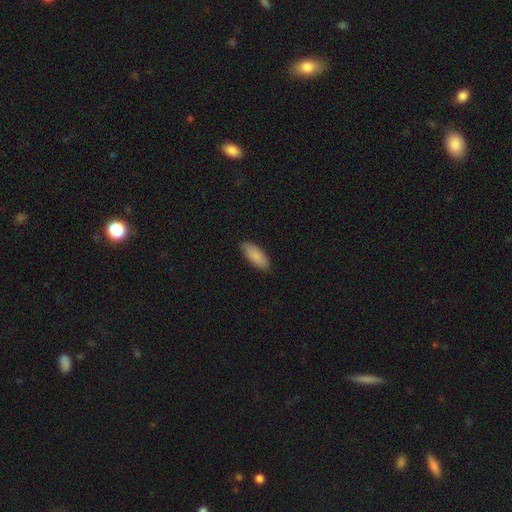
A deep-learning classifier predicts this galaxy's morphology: A smooth galaxy with no disk features (88%) that is in between round and cigar-shaped (77%).

Vote fractions:
- Smooth or featured? smooth: 88% / featured or disk: 6% / star or artifact: 5%
- How rounded? in between: 77% / cigar-shaped: 21% / round: 2%
- Merging? none: 88% / minor disturbance: 10% / major disturbance: 2% / merger: 1%